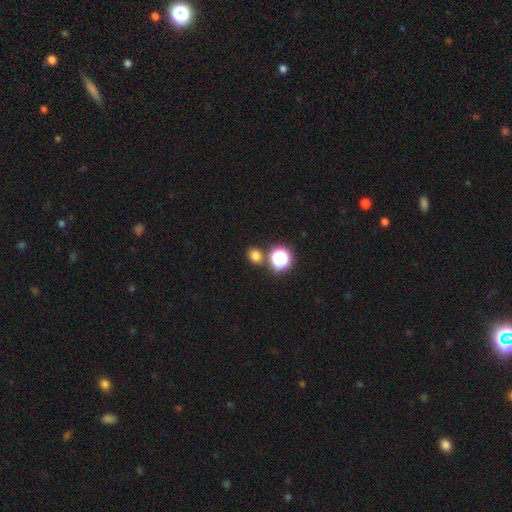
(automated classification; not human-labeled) A smooth galaxy with no disk features (75%) that is round (66%). Merging: none (78%).